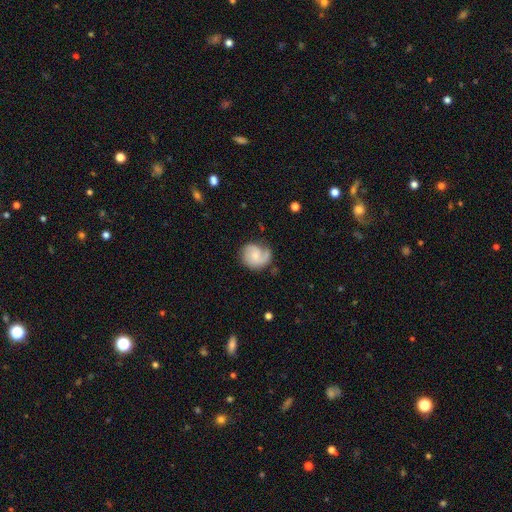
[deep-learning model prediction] Overall: featured or disk (63%; smooth 30%). Edge-on disk: no (98%). Bar: no (70%). Spiral arms: yes (91%). Spiral arm count: 1 (43%; 2 39%). Spiral winding: medium (40%; tight 36%). Bulge size: small (60%; moderate 27%). Merging: none (58%; minor disturbance 25%).